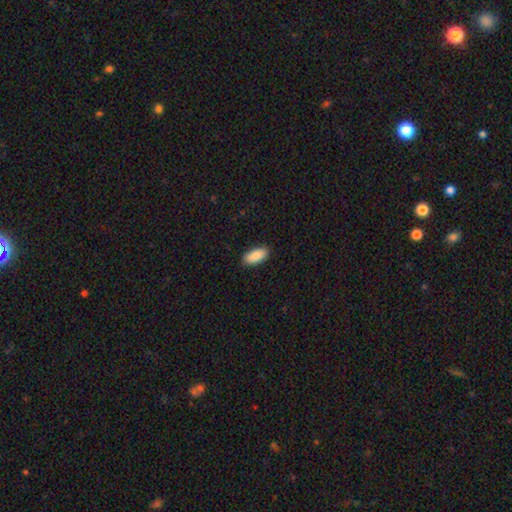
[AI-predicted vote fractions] Smooth or featured: smooth — 89% (star or artifact — 6%)
How rounded: in between — 89% (cigar-shaped — 9%)
Merging: none — 90% (minor disturbance — 8%)